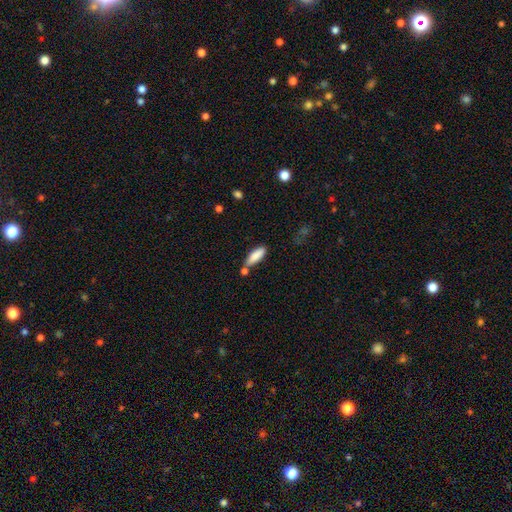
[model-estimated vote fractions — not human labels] smooth-or-featured: smooth: 85% | featured or disk: 9% | star or artifact: 6%
  how-rounded: in between: 54% | cigar-shaped: 45% | round: 2%
  merging: none: 63% | merger: 17% | minor disturbance: 16% | major disturbance: 4%